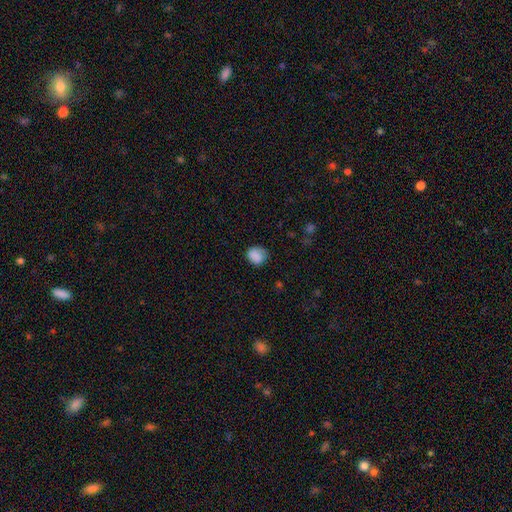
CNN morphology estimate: Smooth or featured? smooth (85%)
How rounded? round (67%)
Merging? none (71%)